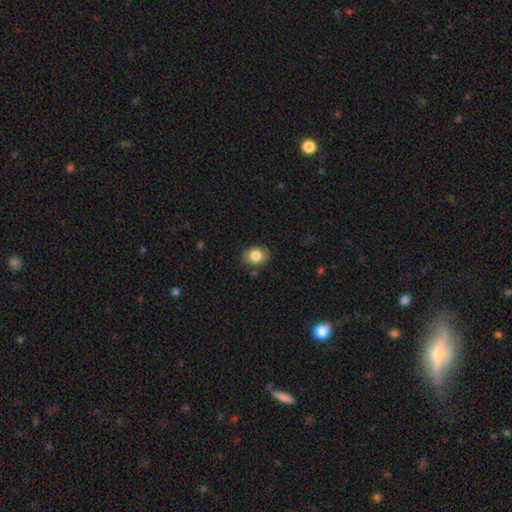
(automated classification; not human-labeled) smooth 82%, featured or disk 9%, star or artifact 9%. Down the decision tree: how rounded — in between (55%); merging — none (83%).